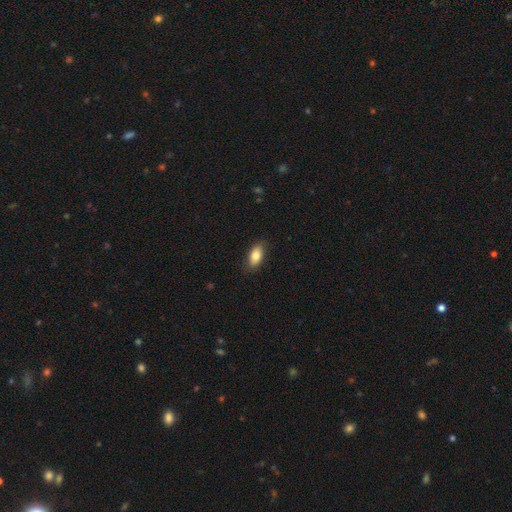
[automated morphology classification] smooth_or_featured: smooth (p=0.82) [alt: featured or disk p=0.11]
how_rounded: in between (p=0.90) [alt: cigar-shaped p=0.05]
merging: none (p=0.83) [alt: minor disturbance p=0.13]